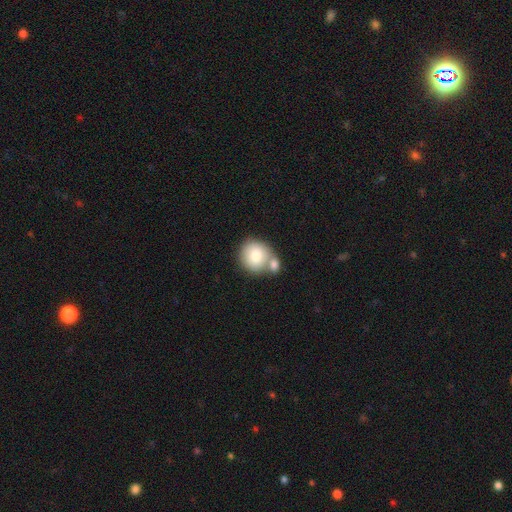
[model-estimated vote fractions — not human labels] Overall: smooth (79%). How rounded: round (85%). Merging: none (45%; merger 40%).